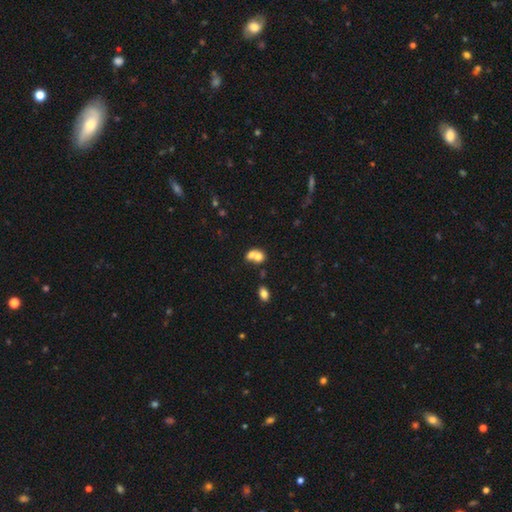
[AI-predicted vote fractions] A smooth galaxy with no disk features (70%) that is round (54%). Merging: merger (66%).